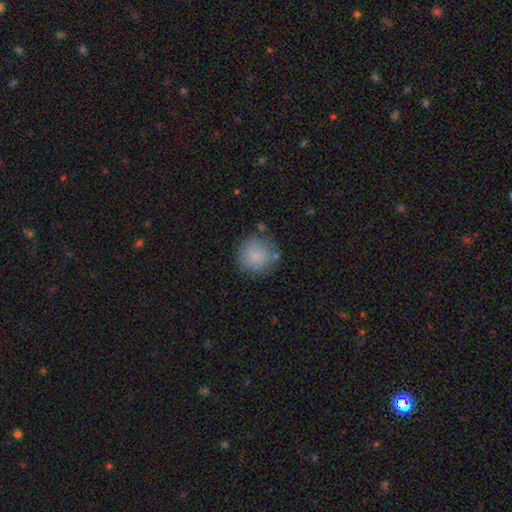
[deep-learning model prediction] smooth 82%, featured or disk 9%, star or artifact 8%. Down the decision tree: how rounded — round (94%); merging — none (76%).